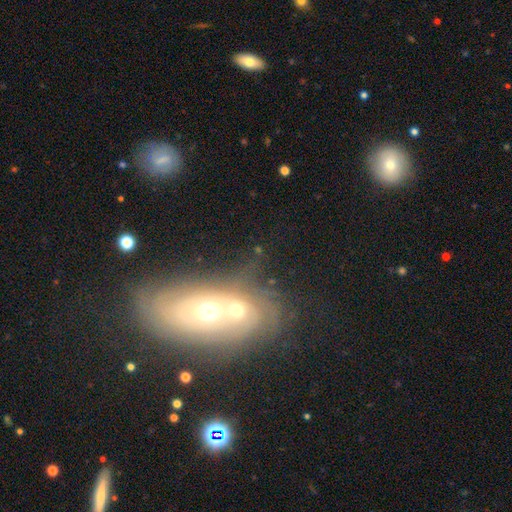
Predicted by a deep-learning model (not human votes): This is possibly a featured or disk galaxy (46%). Merging: possibly merger (57%).